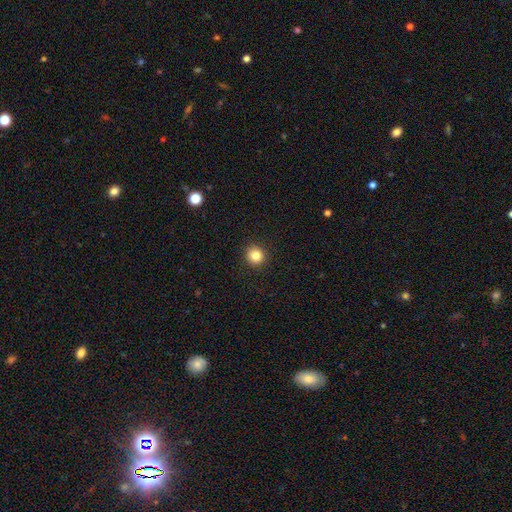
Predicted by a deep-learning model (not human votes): Morphology: type=smooth (83%); roundness=round (92%); merging=none (92%).